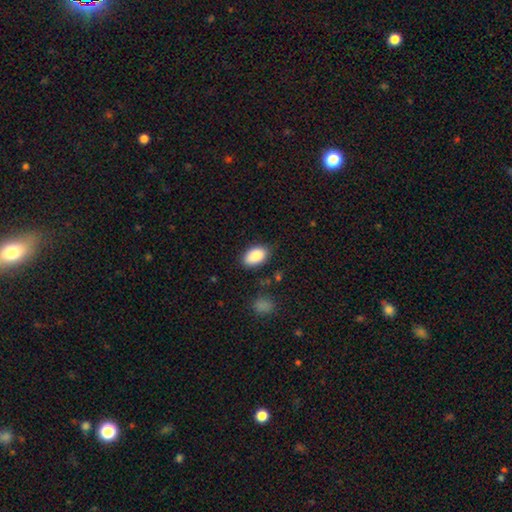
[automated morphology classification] Overall: smooth (88%). How rounded: in between (92%). Merging: none (78%).